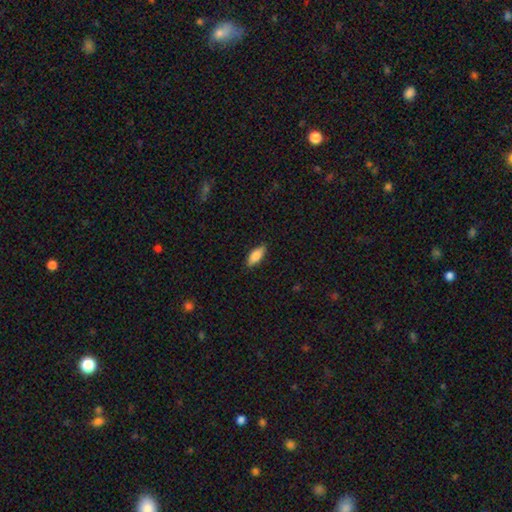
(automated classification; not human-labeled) Smooth or featured: smooth — 83% (featured or disk — 11%)
How rounded: in between — 79% (cigar-shaped — 19%)
Merging: none — 84% (minor disturbance — 13%)